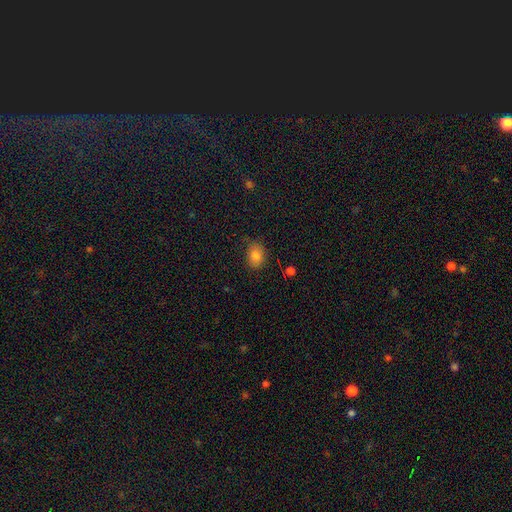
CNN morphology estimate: Smooth or featured?
  - smooth: 82% *
  - star or artifact: 10%
  - featured or disk: 7%
How rounded?
  - in between: 59% *
  - round: 40%
  - cigar-shaped: 1%
Merging?
  - none: 77% *
  - minor disturbance: 18%
  - major disturbance: 4%
  - merger: 1%